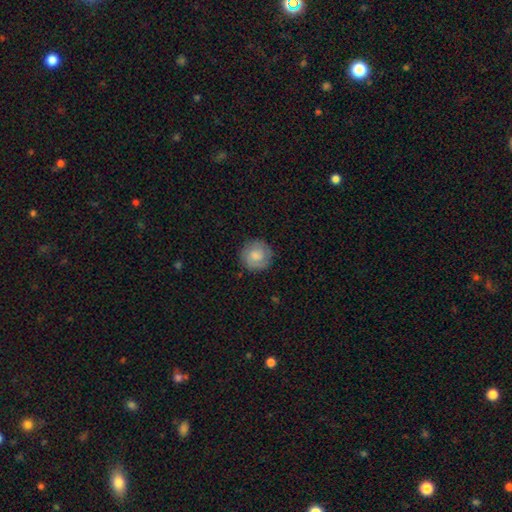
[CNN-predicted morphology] The model was most divided on "smooth or featured": smooth: 73%, featured or disk: 20%, star or artifact: 7%. More confident: how rounded — round (94%); merging — none (86%).